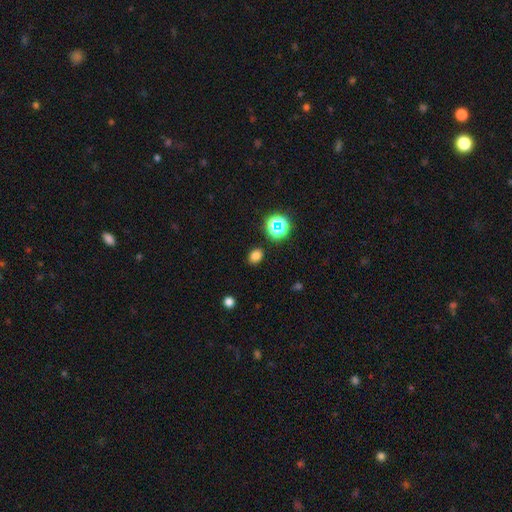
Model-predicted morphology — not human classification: Q: Smooth or featured?
A: smooth (75%); runner-up: star or artifact (19%)
Q: How rounded?
A: in between (55%); runner-up: round (44%)
Q: Merging?
A: none (86%); runner-up: minor disturbance (9%)